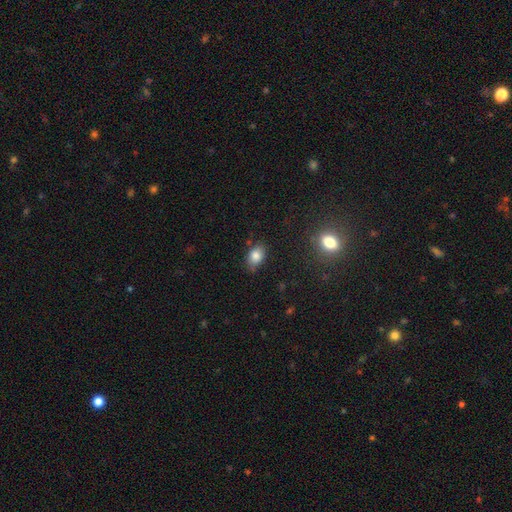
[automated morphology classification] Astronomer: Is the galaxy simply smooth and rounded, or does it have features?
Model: smooth — 83%.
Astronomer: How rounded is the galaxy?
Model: in between — 82%.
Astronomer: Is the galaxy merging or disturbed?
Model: none — 76%.